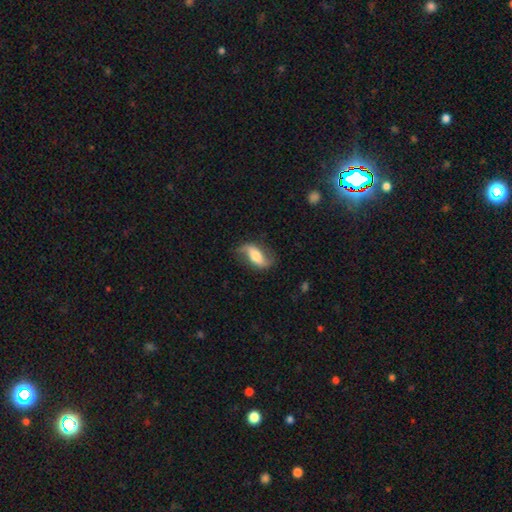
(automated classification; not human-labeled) This appears to be a featured or disk galaxy (65%) with no bar (37%), 2 (90%) loose (77%) spiral arms (89%) and a moderate central bulge (53%). Merging: none (74%).